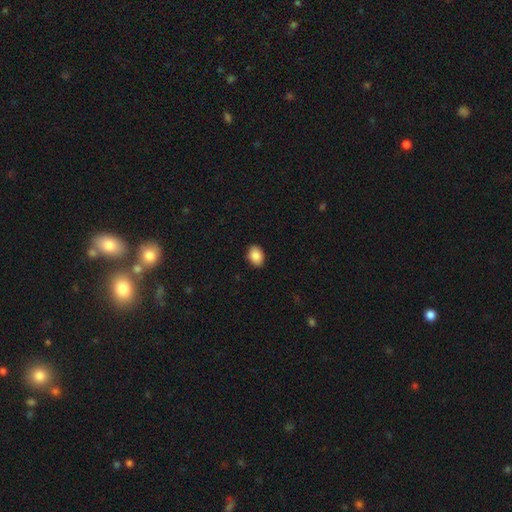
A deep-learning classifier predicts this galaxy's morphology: A smooth galaxy with no disk features (88%) that is in between round and cigar-shaped (74%). Merging: none (89%).